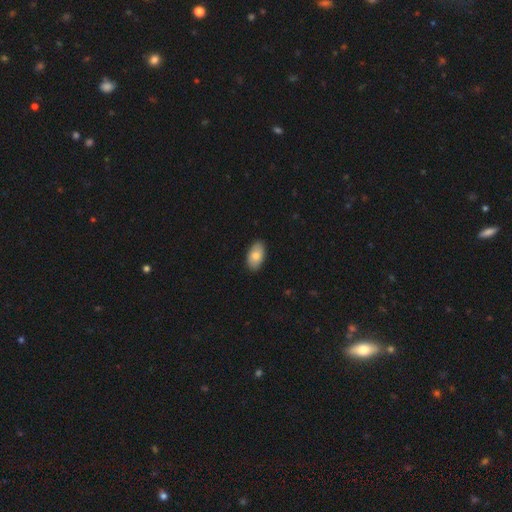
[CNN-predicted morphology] Q: Smooth or featured?
A: smooth (81%); runner-up: featured or disk (13%)
Q: How rounded?
A: in between (95%); runner-up: round (4%)
Q: Merging?
A: none (87%); runner-up: minor disturbance (10%)